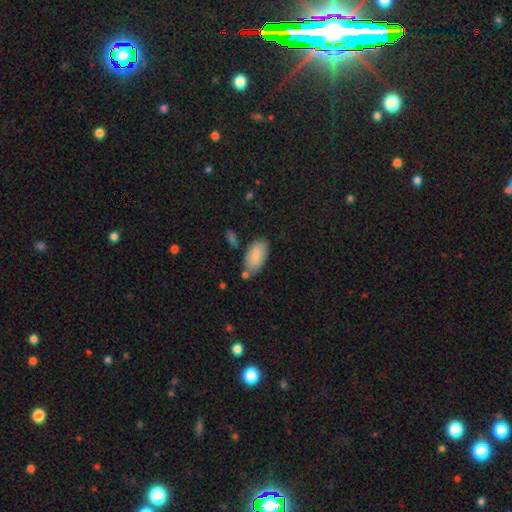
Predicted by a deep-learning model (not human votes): Smooth or featured?
  - smooth: 83% *
  - featured or disk: 10%
  - star or artifact: 6%
How rounded?
  - in between: 95% *
  - cigar-shaped: 3%
  - round: 2%
Merging?
  - none: 69% *
  - minor disturbance: 18%
  - merger: 9%
  - major disturbance: 4%